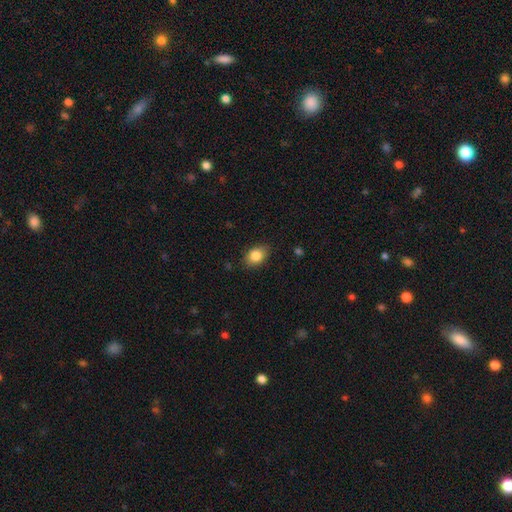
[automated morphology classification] A smooth galaxy with no disk features (84%) that is in between round and cigar-shaped (76%).

Vote fractions:
- Smooth or featured? smooth: 84% / star or artifact: 8% / featured or disk: 8%
- How rounded? in between: 76% / round: 23% / cigar-shaped: 1%
- Merging? none: 84% / minor disturbance: 12% / major disturbance: 3% / merger: 1%